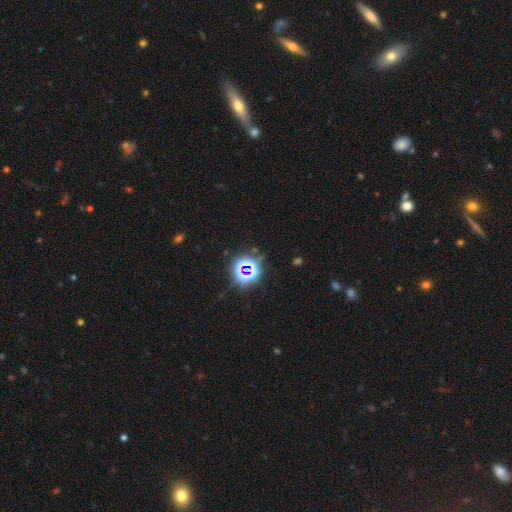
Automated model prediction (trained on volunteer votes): A star or artifact, not a galaxy (73%).

Vote fractions:
- Smooth or featured? star or artifact: 73% / smooth: 18% / featured or disk: 9%